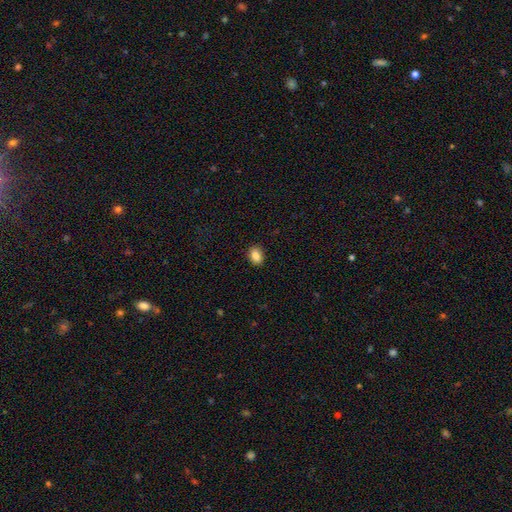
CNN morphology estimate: Smooth or featured: smooth — 87% (star or artifact — 9%)
How rounded: in between — 72% (round — 27%)
Merging: none — 90% (minor disturbance — 7%)